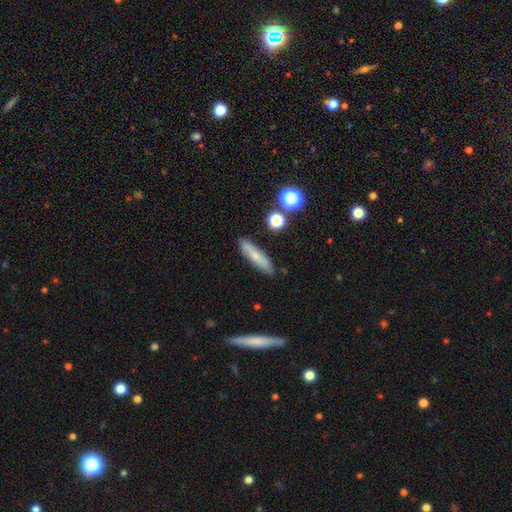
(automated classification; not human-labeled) Q: Smooth or featured?
A: smooth (68%); runner-up: featured or disk (23%)
Q: How rounded?
A: cigar-shaped (77%); runner-up: in between (20%)
Q: Merging?
A: none (84%); runner-up: minor disturbance (11%)